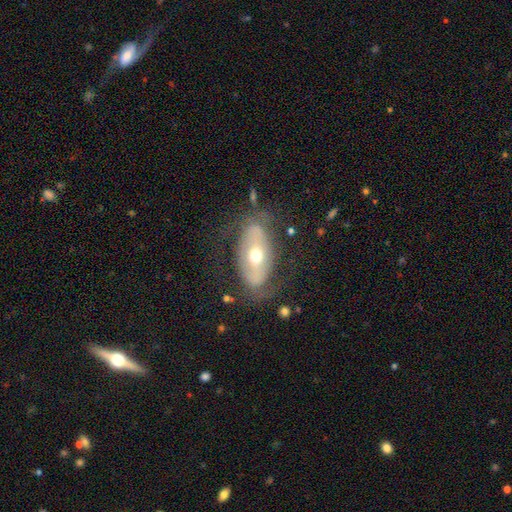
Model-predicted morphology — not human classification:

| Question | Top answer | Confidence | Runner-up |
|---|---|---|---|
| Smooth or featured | featured or disk | 62% | smooth (31%) |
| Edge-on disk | no | 88% | yes (12%) |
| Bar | no | 52% | weak (24%) |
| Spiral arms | no | 58% | yes (42%) |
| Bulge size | moderate | 70% | small (21%) |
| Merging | none | 66% | minor disturbance (19%) |